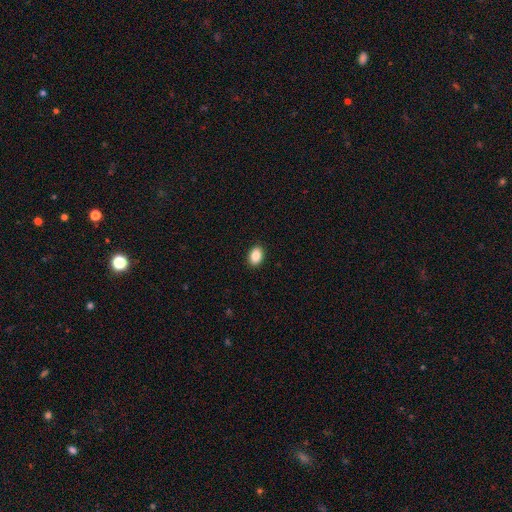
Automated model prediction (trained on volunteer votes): The model was most divided on "how rounded": in between: 81%, round: 17%, cigar-shaped: 1%. More confident: merging — none (91%); smooth or featured — smooth (88%).